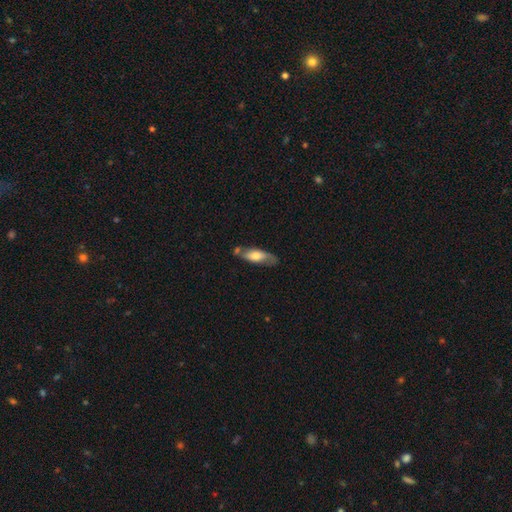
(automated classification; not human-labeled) Q: Smooth or featured?
A: smooth (54%); runner-up: featured or disk (40%)
Q: How rounded?
A: in between (59%); runner-up: cigar-shaped (38%)
Q: Merging?
A: none (60%); runner-up: minor disturbance (22%)